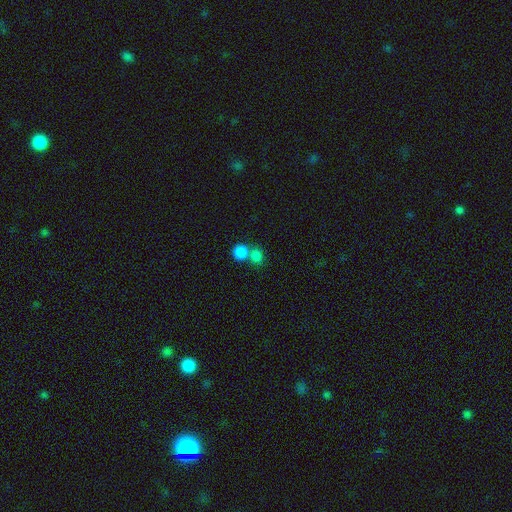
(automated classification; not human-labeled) Smooth or featured? Predicted: smooth (p=0.83). How rounded? Predicted: round (p=0.80). Merging? Predicted: merger (p=0.47).